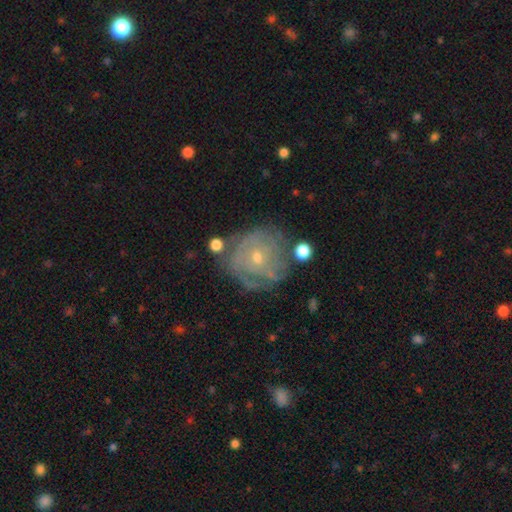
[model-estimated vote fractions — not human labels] Smooth or featured? featured or disk (73%)
Edge-on disk? no (97%)
Bar? no (80%)
Spiral arms? yes (81%)
Spiral winding? tight (72%)
Spiral arm count? can't tell (55%)
Bulge size? small (71%)
Merging? none (67%)